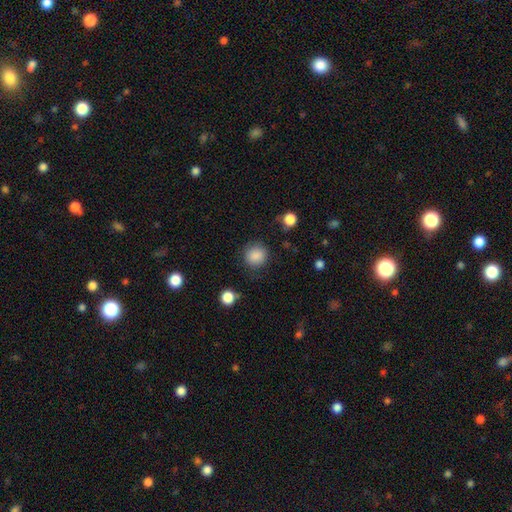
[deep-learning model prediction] Smooth or featured? smooth (87%)
How rounded? round (90%)
Merging? none (85%)